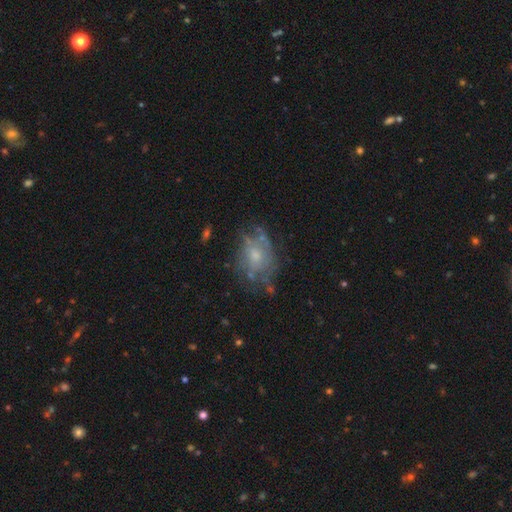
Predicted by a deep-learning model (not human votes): Smooth or featured?
  - featured or disk: 56% *
  - smooth: 33%
  - star or artifact: 11%
Edge-on disk?
  - no: 96% *
  - yes: 4%
Bar?
  - no: 84% *
  - weak: 14%
  - strong: 2%
Spiral arms?
  - no: 60% *
  - yes: 40%
Bulge size?
  - moderate: 46% *
  - small: 44%
  - none: 5%
  - large: 4%
  - dominant: 1%
Merging?
  - none: 53% *
  - minor disturbance: 25%
  - major disturbance: 18%
  - merger: 4%